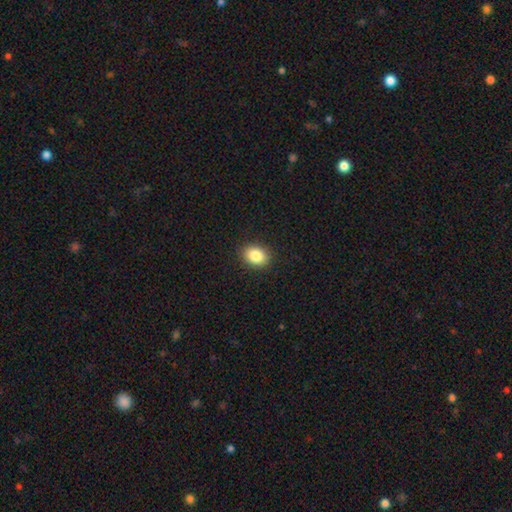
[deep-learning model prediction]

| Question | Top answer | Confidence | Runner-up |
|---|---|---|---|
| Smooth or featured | smooth | 86% | star or artifact (9%) |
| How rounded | in between | 63% | round (36%) |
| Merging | none | 90% | minor disturbance (7%) |